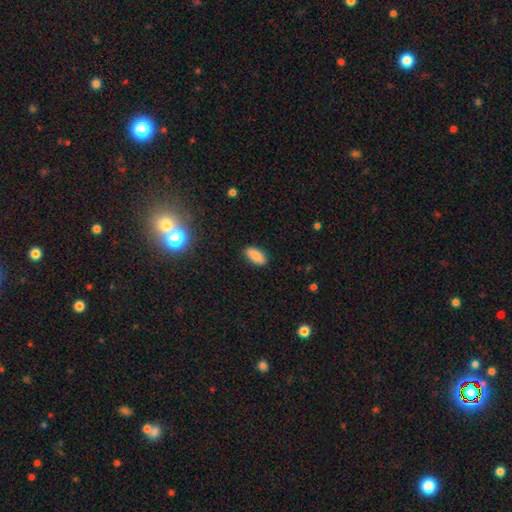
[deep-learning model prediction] smooth 84%, star or artifact 8%, featured or disk 7%. Down the decision tree: how rounded — in between (90%); merging — none (87%).